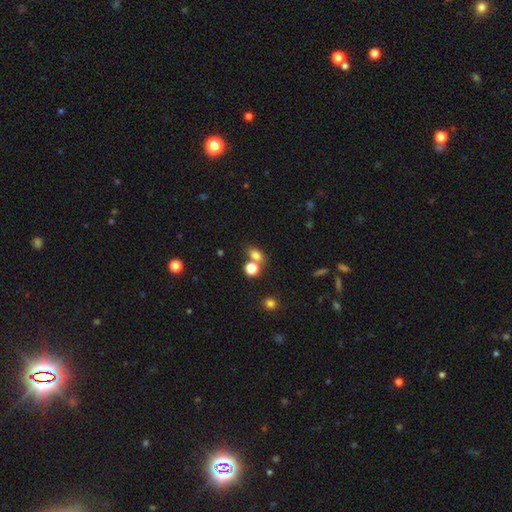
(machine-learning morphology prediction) smooth-or-featured: smooth: 76% | star or artifact: 15% | featured or disk: 9%
  how-rounded: in between: 63% | round: 34% | cigar-shaped: 3%
  merging: none: 55% | merger: 30% | minor disturbance: 11% | major disturbance: 5%